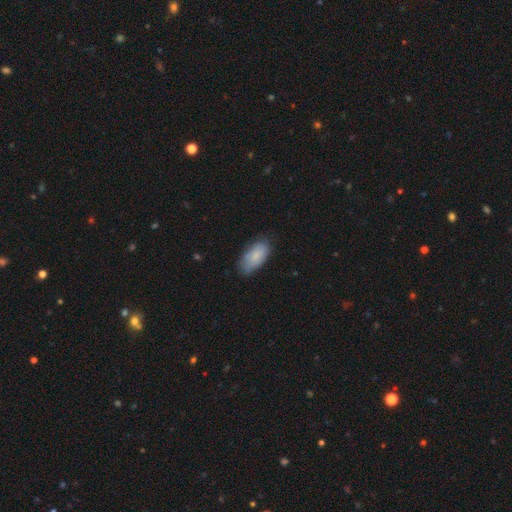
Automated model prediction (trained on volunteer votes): Morphology: type=smooth (78%); roundness=in between (93%); merging=none (66%).